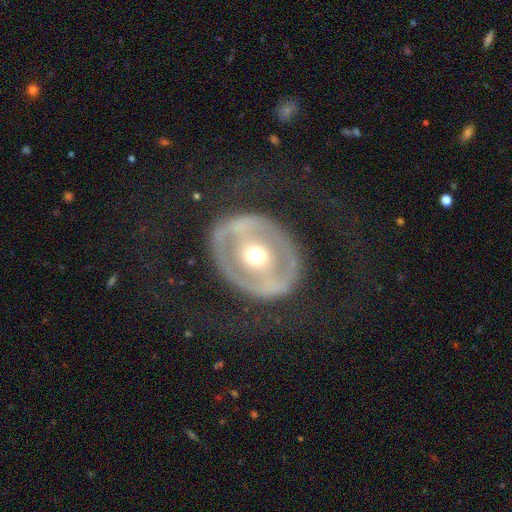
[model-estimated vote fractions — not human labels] Smooth or featured? featured or disk (75%)
Edge-on disk? no (94%)
Bar? no (37%)
Spiral arms? no (60%)
Bulge size? moderate (74%)
Merging? none (76%)